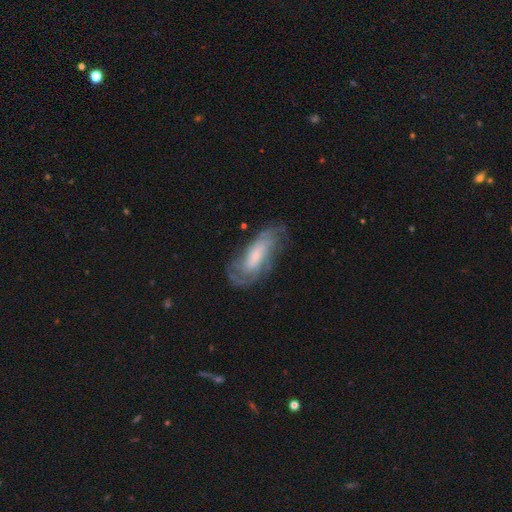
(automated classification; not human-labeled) The model was most divided on "spiral winding": tight: 51%, medium: 36%, loose: 13%. Remaining: spiral arms — yes (91%); edge-on disk — no (89%); smooth or featured — featured or disk (74%); merging — none (69%); bar — no (55%); bulge size — small (51%); spiral arm count — can't tell (46%).